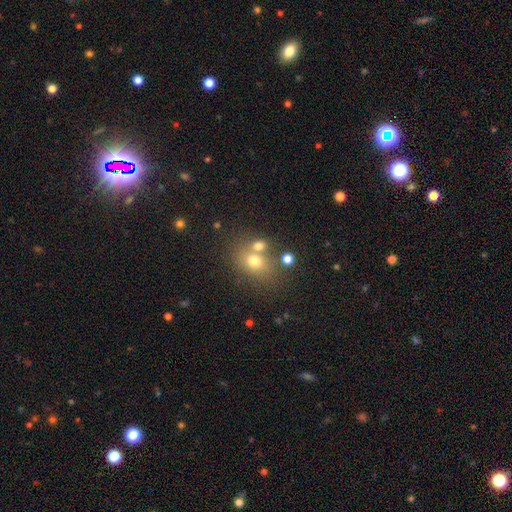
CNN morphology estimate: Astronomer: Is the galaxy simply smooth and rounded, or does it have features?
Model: smooth — 63%.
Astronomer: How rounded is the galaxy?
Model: round — 59% (runner-up: in between, 40%).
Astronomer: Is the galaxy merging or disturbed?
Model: none — 58%.